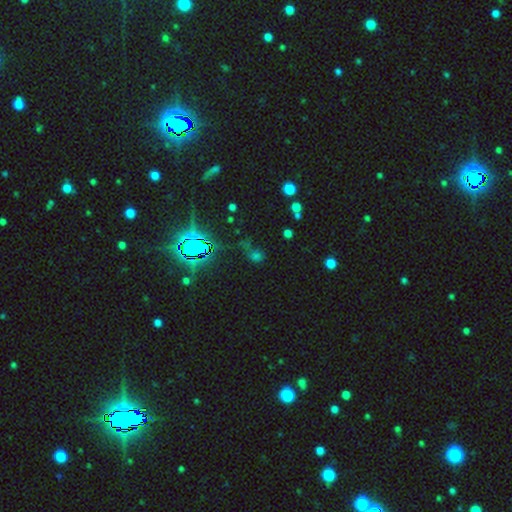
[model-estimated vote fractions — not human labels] This appears to be a star or artifact, not a galaxy (63%).